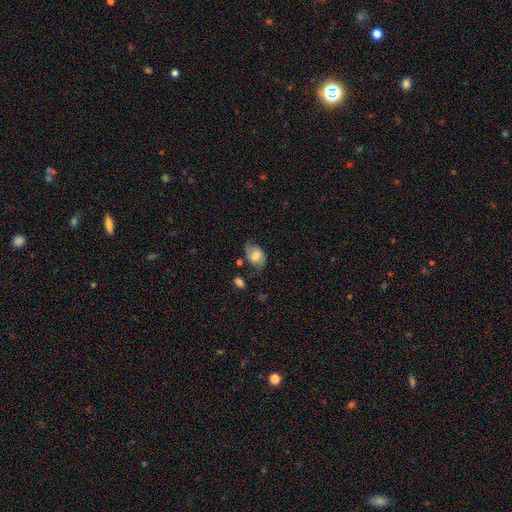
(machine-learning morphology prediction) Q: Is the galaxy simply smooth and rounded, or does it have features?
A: smooth — 61%.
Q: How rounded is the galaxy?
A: in between — 75%.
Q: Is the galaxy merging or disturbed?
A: none — 50%.